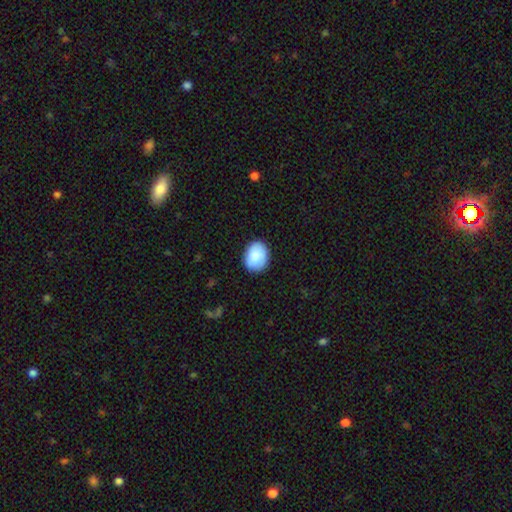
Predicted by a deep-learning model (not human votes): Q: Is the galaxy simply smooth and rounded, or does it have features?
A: smooth — 87%.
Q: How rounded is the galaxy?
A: in between — 55%.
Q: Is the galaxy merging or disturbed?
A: none — 84%.